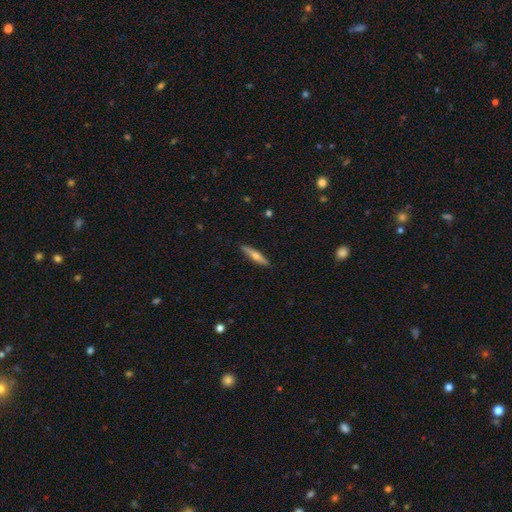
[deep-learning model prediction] Smooth or featured: smooth — 52% (featured or disk — 42%)
How rounded: cigar-shaped — 88% (in between — 11%)
Merging: none — 90% (minor disturbance — 8%)